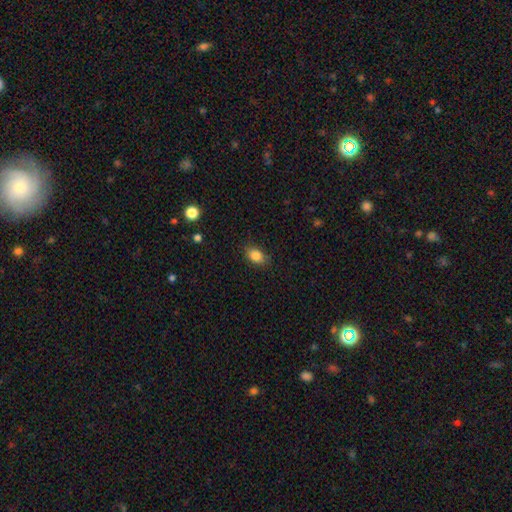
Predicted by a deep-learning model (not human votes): Overall: smooth (84%). How rounded: in between (78%). Merging: none (85%).